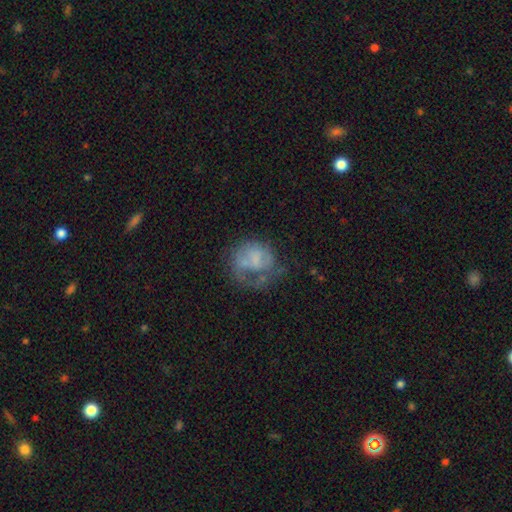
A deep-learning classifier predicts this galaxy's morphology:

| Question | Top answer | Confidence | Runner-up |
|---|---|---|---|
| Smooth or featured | featured or disk | 49% | smooth (38%) |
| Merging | major disturbance | 38% | none (35%) |